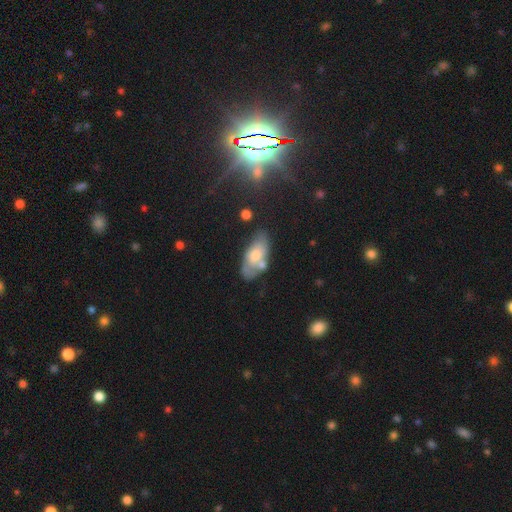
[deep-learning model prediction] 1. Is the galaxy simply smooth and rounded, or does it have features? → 50% smooth, 43% featured or disk, 8% star or artifact.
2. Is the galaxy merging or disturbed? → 46% none, 24% minor disturbance, 19% merger, 10% major disturbance.